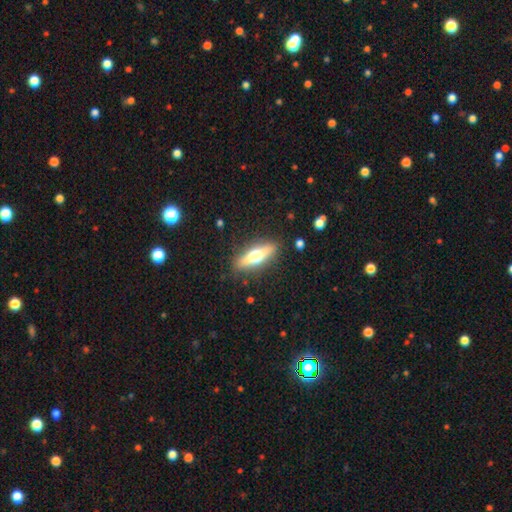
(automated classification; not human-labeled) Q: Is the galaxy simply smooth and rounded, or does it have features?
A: featured or disk — 49%.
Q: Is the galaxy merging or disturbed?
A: none — 86%.